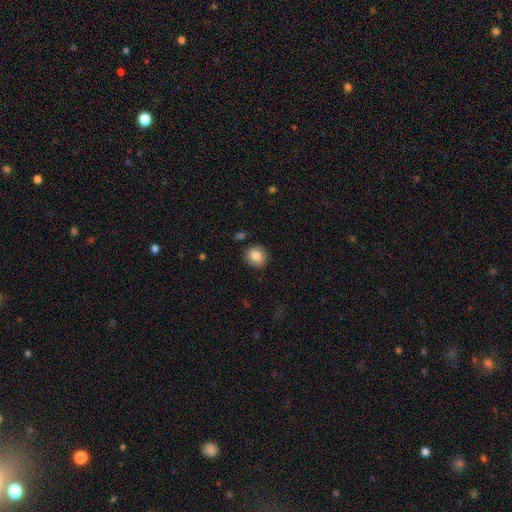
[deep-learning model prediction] smooth 83%, star or artifact 9%, featured or disk 8%. Down the decision tree: how rounded — round (84%); merging — none (89%).